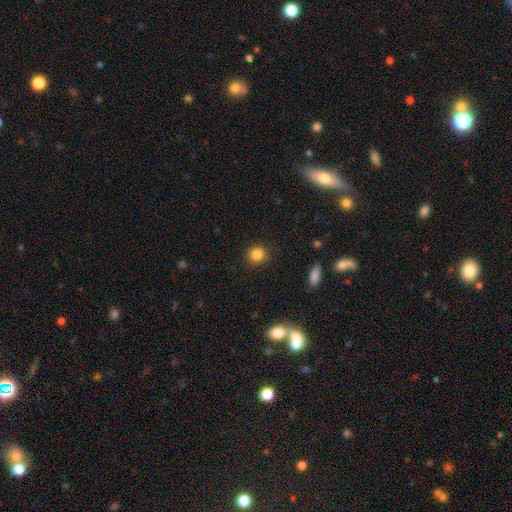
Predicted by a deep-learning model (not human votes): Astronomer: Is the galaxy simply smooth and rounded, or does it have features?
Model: smooth — 85%.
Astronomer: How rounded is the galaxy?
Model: round — 87%.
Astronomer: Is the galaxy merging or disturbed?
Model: none — 89%.